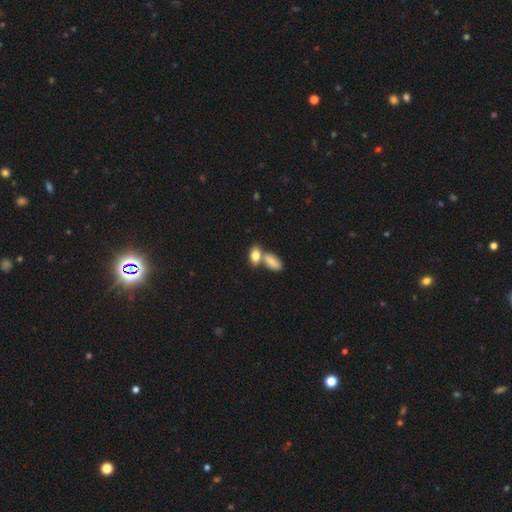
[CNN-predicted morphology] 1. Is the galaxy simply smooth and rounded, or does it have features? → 83% smooth, 10% featured or disk, 7% star or artifact.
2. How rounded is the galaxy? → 87% in between, 9% round, 5% cigar-shaped.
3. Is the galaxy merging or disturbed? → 50% merger, 38% none, 9% minor disturbance, 3% major disturbance.